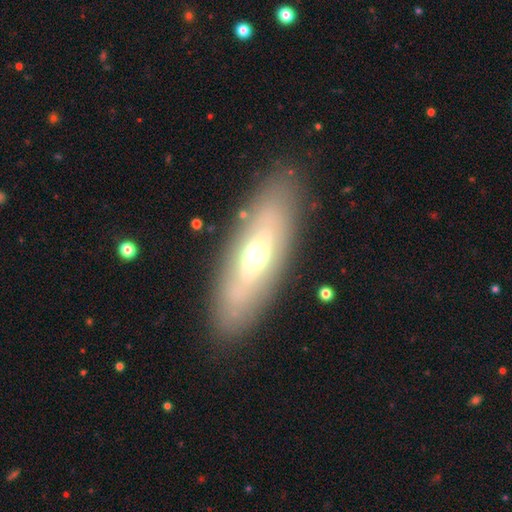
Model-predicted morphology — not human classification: This appears to be a featured or disk galaxy (54%). Merging: none (84%).